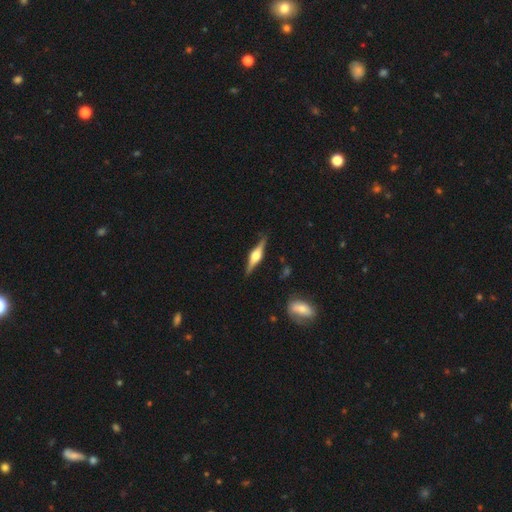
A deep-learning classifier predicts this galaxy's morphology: Overall: featured or disk (80%). Edge-on disk: yes (98%). Edge-on bulge: rounded (93%). Merging: none (88%).